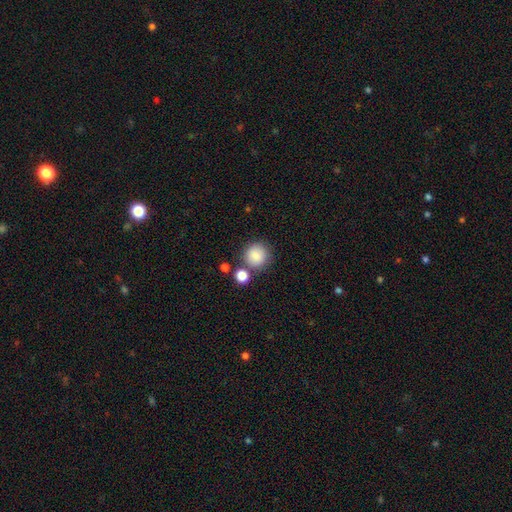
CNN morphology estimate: Smooth or featured? Predicted: smooth (p=0.85). How rounded? Predicted: round (p=0.92). Merging? Predicted: none (p=0.73).